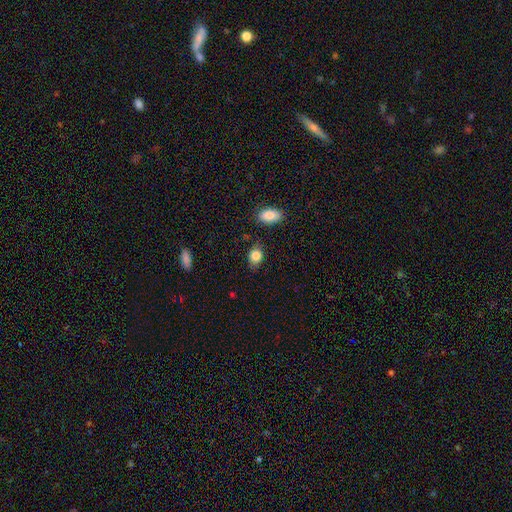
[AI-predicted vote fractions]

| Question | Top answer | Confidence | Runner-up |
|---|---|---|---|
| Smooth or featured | smooth | 85% | star or artifact (9%) |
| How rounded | in between | 63% | round (35%) |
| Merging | none | 73% | minor disturbance (20%) |